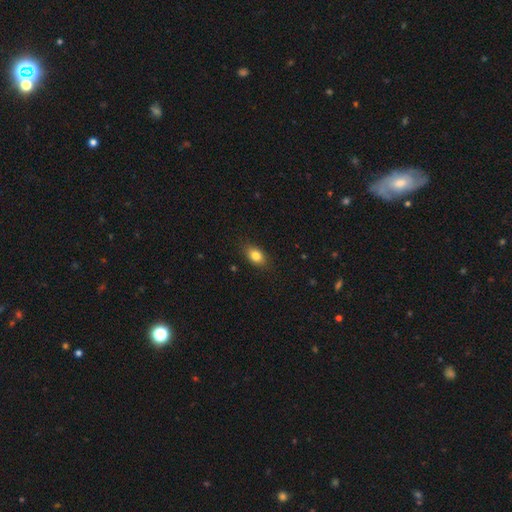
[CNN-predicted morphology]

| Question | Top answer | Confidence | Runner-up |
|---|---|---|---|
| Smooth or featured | smooth | 82% | featured or disk (9%) |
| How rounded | in between | 82% | round (15%) |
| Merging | none | 86% | minor disturbance (11%) |